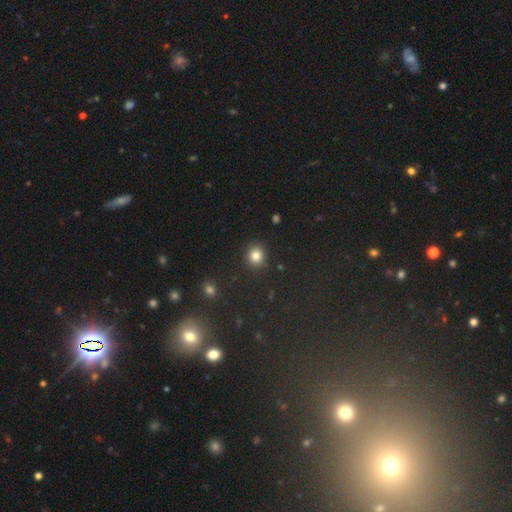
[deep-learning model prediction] Smooth or featured? Predicted: smooth (p=0.82). How rounded? Predicted: round (p=0.83). Merging? Predicted: none (p=0.89).